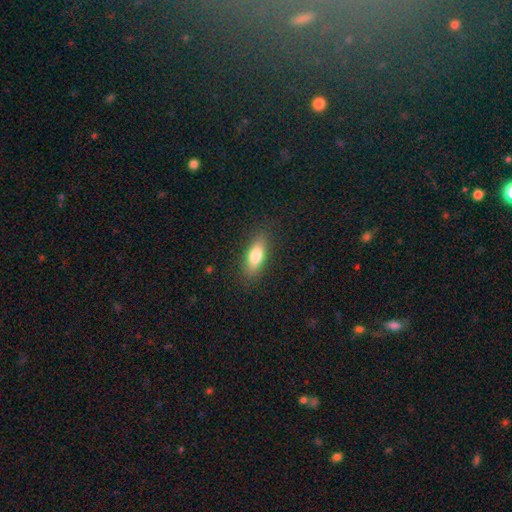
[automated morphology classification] The model was most divided on "how rounded": in between: 66%, cigar-shaped: 31%, round: 3%. More confident: merging — none (86%); smooth or featured — smooth (78%).